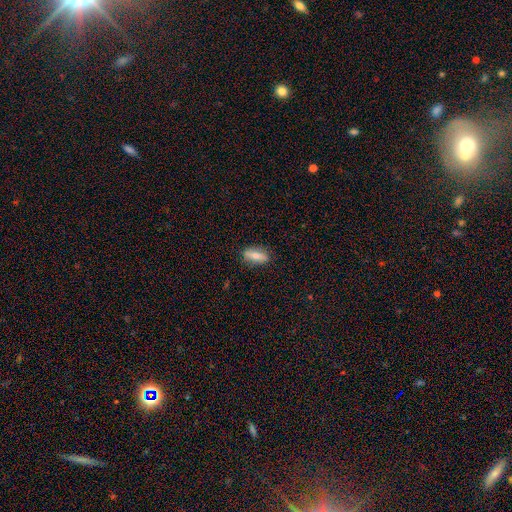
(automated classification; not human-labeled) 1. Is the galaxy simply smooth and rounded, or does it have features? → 62% smooth, 30% featured or disk, 7% star or artifact.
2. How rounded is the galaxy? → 69% in between, 26% cigar-shaped, 5% round.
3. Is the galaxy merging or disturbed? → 84% none, 12% minor disturbance, 3% major disturbance, 1% merger.